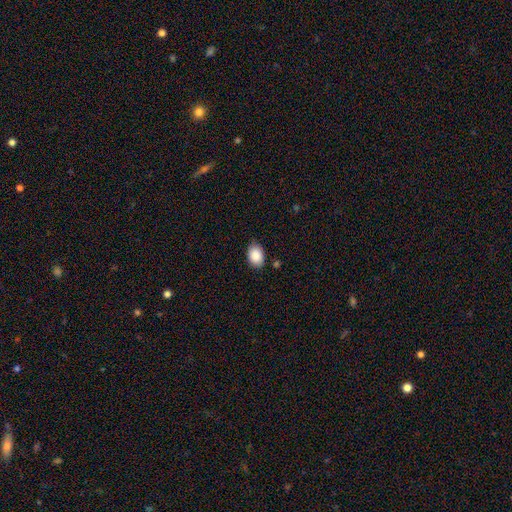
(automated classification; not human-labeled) Morphology: type=smooth (88%); roundness=in between (79%); merging=none (81%).